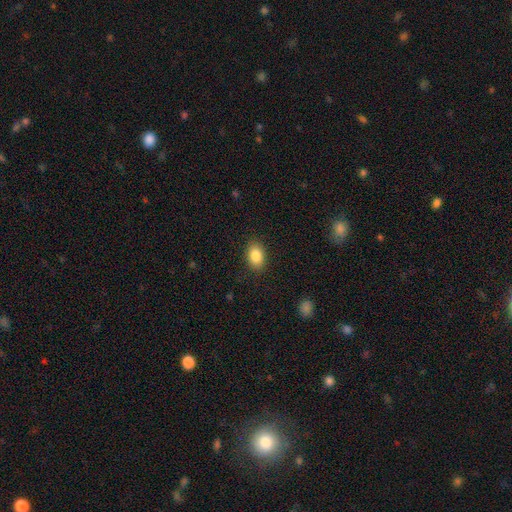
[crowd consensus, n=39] A smooth galaxy with no disk features (90%) that is in between round and cigar-shaped (86%). Merging: none (94%).